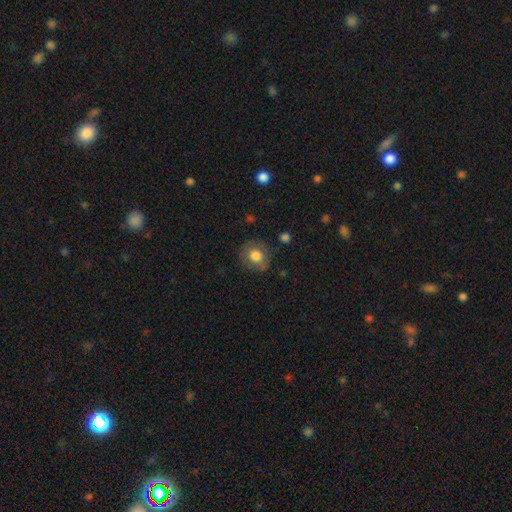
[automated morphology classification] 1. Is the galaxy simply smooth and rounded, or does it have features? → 75% smooth, 16% featured or disk, 9% star or artifact.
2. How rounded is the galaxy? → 86% round, 13% in between, 1% cigar-shaped.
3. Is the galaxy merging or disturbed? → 80% none, 14% minor disturbance, 5% major disturbance, 2% merger.